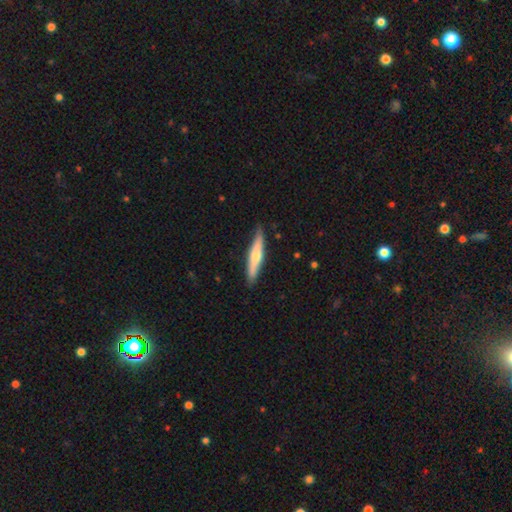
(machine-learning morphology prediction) Q: Smooth or featured?
A: smooth (52%); runner-up: featured or disk (43%)
Q: How rounded?
A: cigar-shaped (90%); runner-up: in between (9%)
Q: Merging?
A: none (87%); runner-up: minor disturbance (10%)